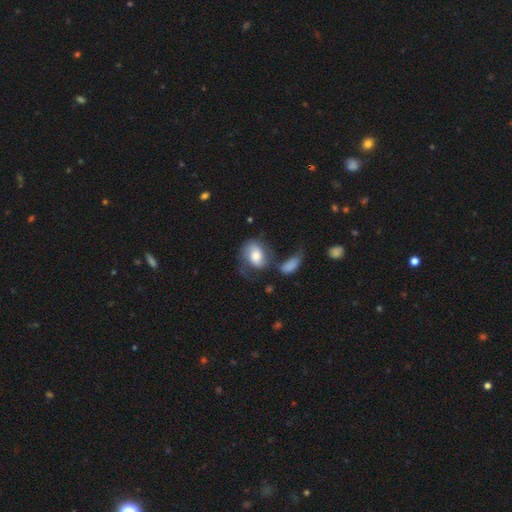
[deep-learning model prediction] smooth-or-featured: smooth: 55% | featured or disk: 38% | star or artifact: 7%
  how-rounded: in between: 74% | round: 25% | cigar-shaped: 2%
  merging: none: 33% | major disturbance: 26% | minor disturbance: 21% | merger: 20%